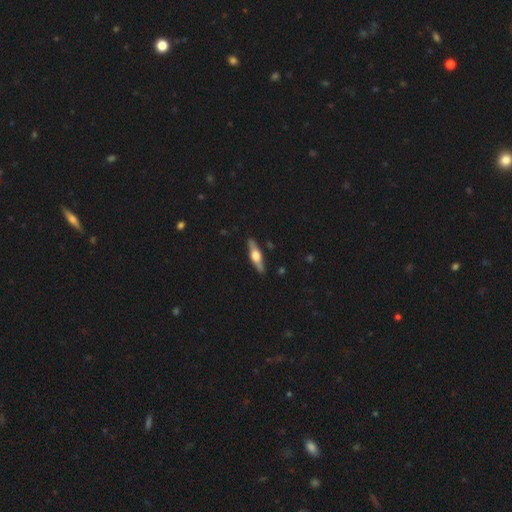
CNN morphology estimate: This appears to be a featured or disk galaxy (64%) viewed edge-on (95%) with a rounded central bulge (94%). Merging: none (90%).